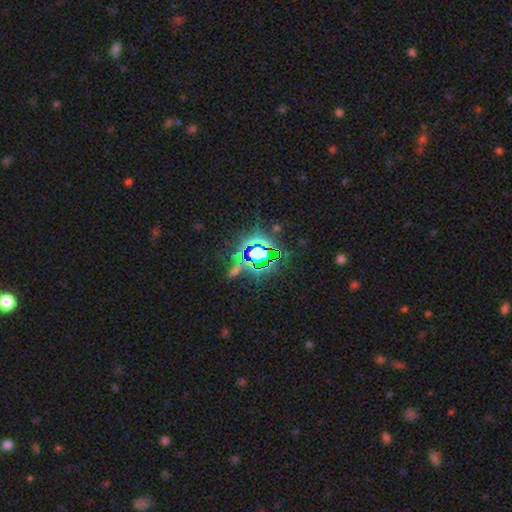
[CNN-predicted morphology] Smooth or featured? Predicted: star or artifact (p=0.82).